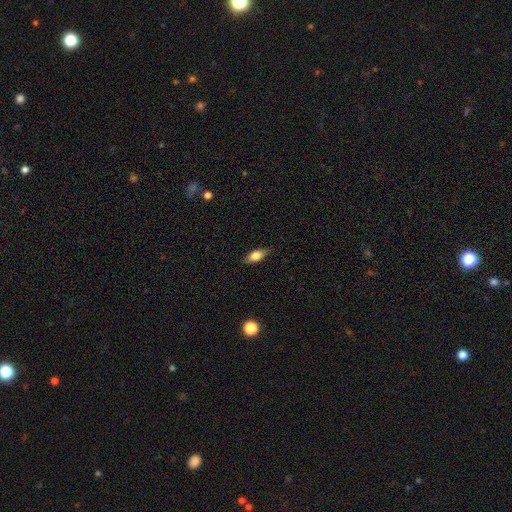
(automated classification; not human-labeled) This is likely a smooth galaxy (69%). How rounded: likely in between (78%). Merging: clearly none (83%).